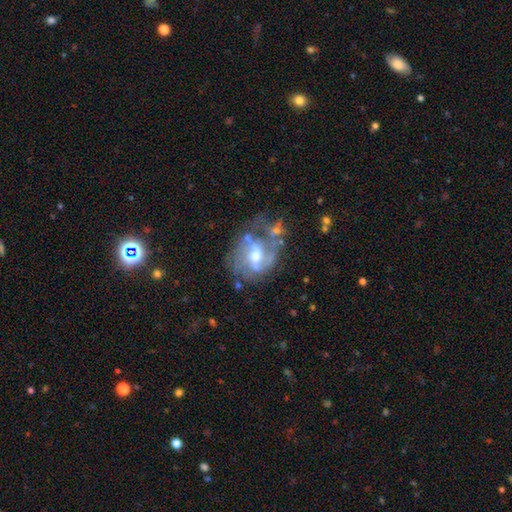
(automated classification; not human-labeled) Smooth or featured? Predicted: featured or disk (p=0.81). Edge-on disk? Predicted: no (p=0.97). Bar? Predicted: weak (p=0.48). Spiral arms? Predicted: yes (p=0.85). Spiral winding? Predicted: medium (p=0.46). Spiral arm count? Predicted: 2 (p=0.53). Bulge size? Predicted: moderate (p=0.65). Merging? Predicted: none (p=0.47).